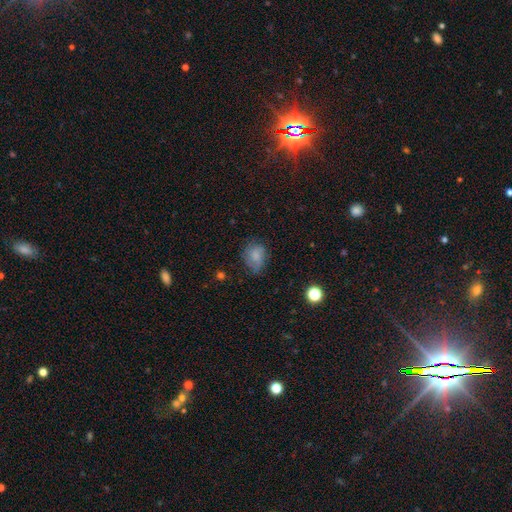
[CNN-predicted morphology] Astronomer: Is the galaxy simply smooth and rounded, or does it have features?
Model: smooth — 72%.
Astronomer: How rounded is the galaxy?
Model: in between — 56% (runner-up: round, 42%).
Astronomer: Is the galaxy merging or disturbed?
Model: none — 60%.